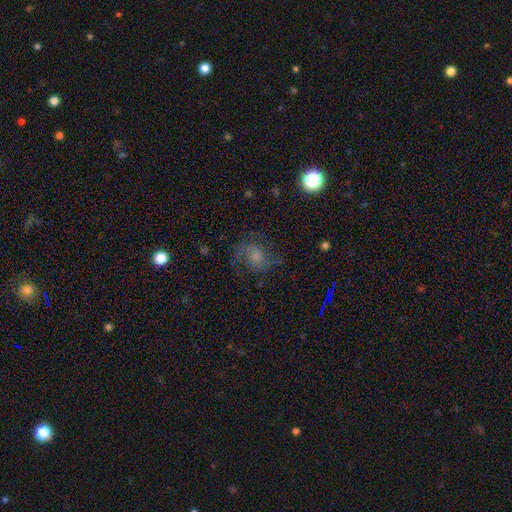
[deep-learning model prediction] The model was most divided on "bulge size": moderate: 44%, small: 38%, none: 9%, large: 8%, dominant: 2%. More confident: edge-on disk — no (97%); spiral arms — yes (90%); spiral arm count — 2 (75%); merging — none (69%); bar — no (63%); smooth or featured — featured or disk (59%); spiral winding — medium (50%).